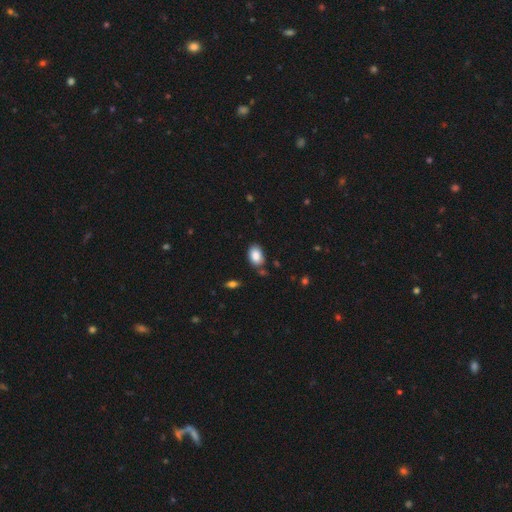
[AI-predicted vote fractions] Morphology: type=smooth (87%); roundness=in between (87%); merging=none (77%).